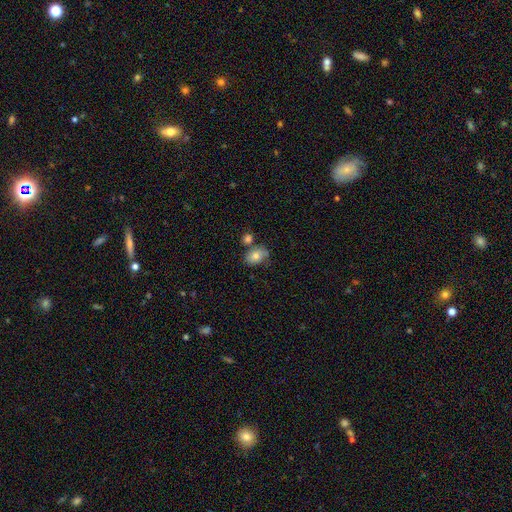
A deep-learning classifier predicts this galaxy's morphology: This appears to be a smooth galaxy with no disk features (77%) that is in between round and cigar-shaped (74%). Merging: none (56%).